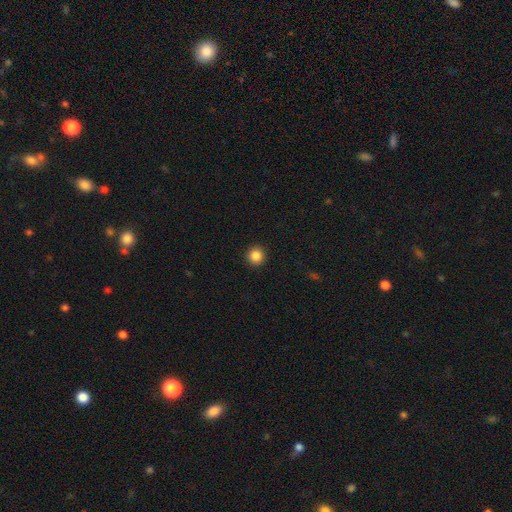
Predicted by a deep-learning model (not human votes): Q: Smooth or featured?
A: smooth (86%); runner-up: star or artifact (10%)
Q: How rounded?
A: round (94%); runner-up: in between (5%)
Q: Merging?
A: none (93%); runner-up: minor disturbance (5%)